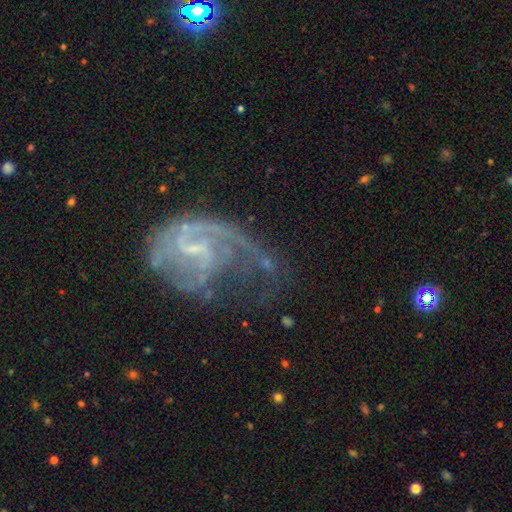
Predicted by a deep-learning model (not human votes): Smooth or featured: featured or disk — 78% (star or artifact — 11%)
Edge-on disk: no — 98% (yes — 2%)
Bar: weak — 47% (no — 39%)
Spiral arms: yes — 84% (no — 16%)
Spiral winding: medium — 41% (loose — 34%)
Spiral arm count: 1 — 35% (2 — 34%)
Bulge size: small — 54% (none — 29%)
Merging: major disturbance — 41% (none — 33%)